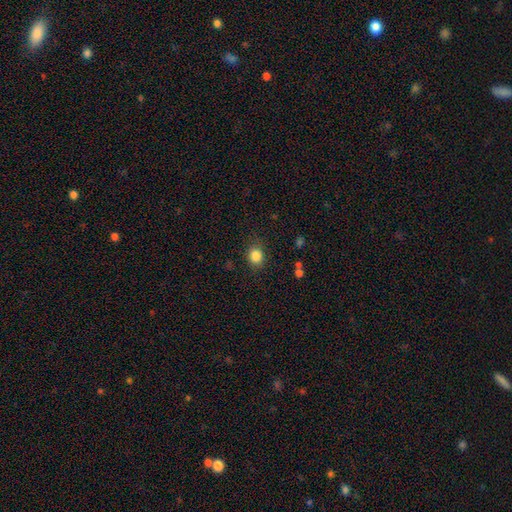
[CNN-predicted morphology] smooth_or_featured: smooth (p=0.85) [alt: star or artifact p=0.11]
how_rounded: round (p=0.68) [alt: in between p=0.31]
merging: none (p=0.83) [alt: minor disturbance p=0.12]